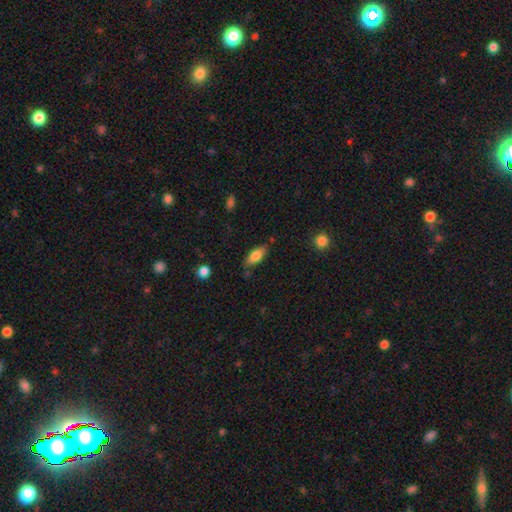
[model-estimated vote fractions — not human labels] A smooth galaxy with no disk features (79%) that is in between round and cigar-shaped (79%). Merging: none (76%).